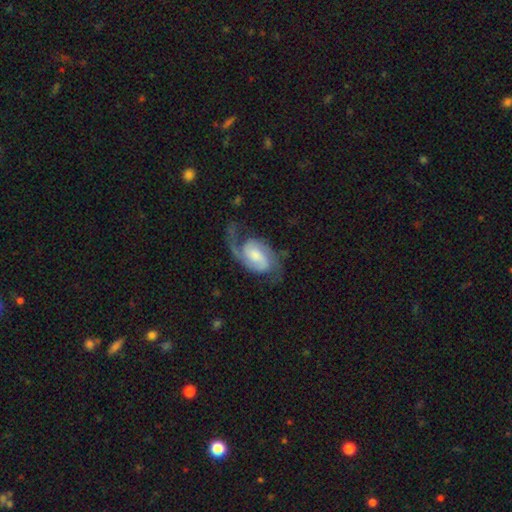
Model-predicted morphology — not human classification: smooth-or-featured: featured or disk: 84% | smooth: 10% | star or artifact: 5%
  disk-edge-on: no: 97% | yes: 3%
    bar: no: 44% | weak: 43% | strong: 13%
    has-spiral-arms: yes: 97% | no: 3%
      spiral-winding: medium: 48% | loose: 30% | tight: 21%
      spiral-arm-count: 2: 84% | 1: 8% | can't tell: 4% | 3: 2% | 4: 1% | more than 4: 1%
    bulge-size: moderate: 37% | small: 27% | large: 20% | none: 13% | dominant: 3%
  merging: none: 58% | major disturbance: 21% | minor disturbance: 19% | merger: 2%